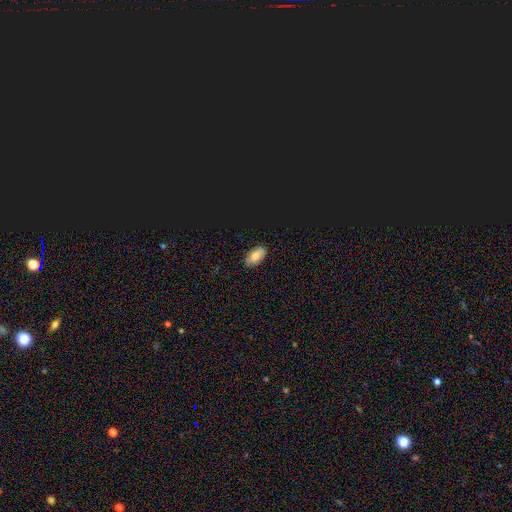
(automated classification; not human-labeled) smooth_or_featured: smooth (p=0.81) [alt: star or artifact p=0.12]
how_rounded: in between (p=0.93) [alt: cigar-shaped p=0.04]
merging: none (p=0.88) [alt: minor disturbance p=0.09]